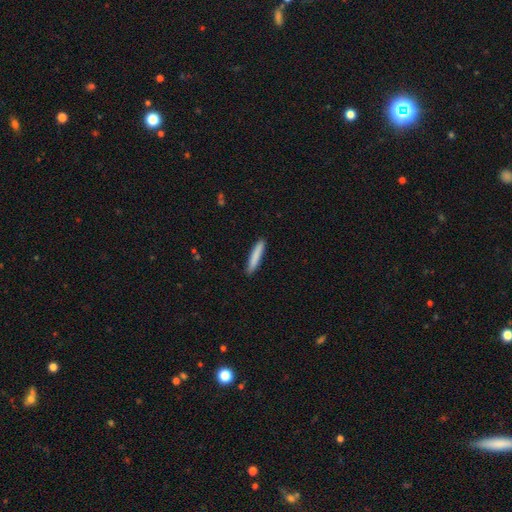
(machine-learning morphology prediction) Smooth or featured: smooth — 84% (featured or disk — 10%)
How rounded: cigar-shaped — 93% (in between — 6%)
Merging: none — 91% (minor disturbance — 6%)